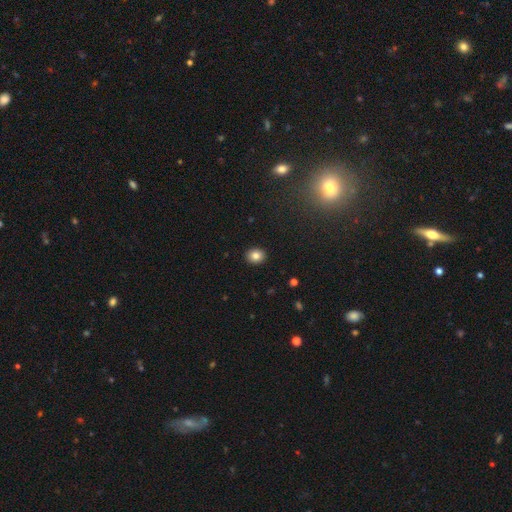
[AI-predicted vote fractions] Smooth or featured: smooth — 83% (star or artifact — 10%)
How rounded: round — 62% (in between — 37%)
Merging: none — 92% (minor disturbance — 6%)